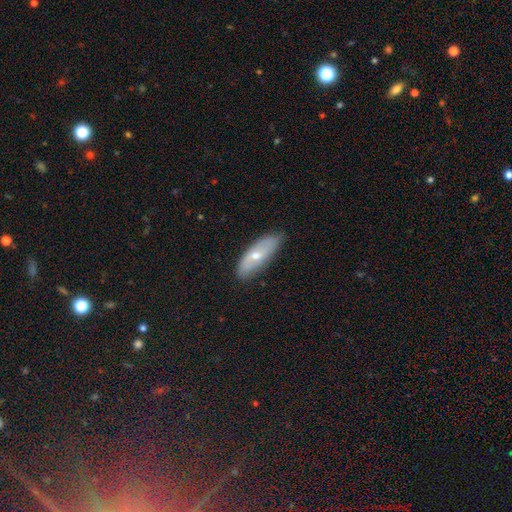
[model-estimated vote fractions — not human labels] Morphology: type=smooth (47%); merging=none (79%).